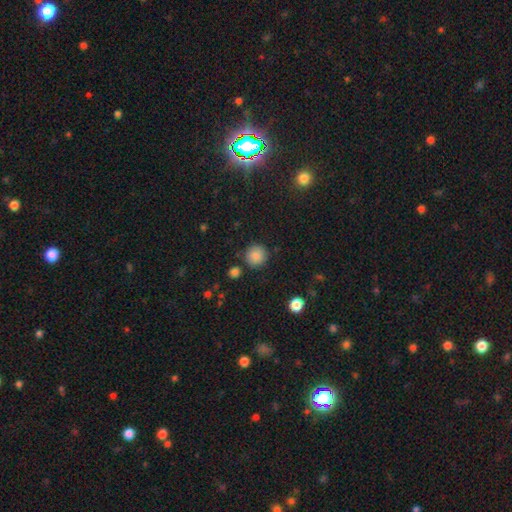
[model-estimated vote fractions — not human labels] smooth-or-featured: smooth: 86% | star or artifact: 10% | featured or disk: 4%
  how-rounded: round: 94% | in between: 6% | cigar-shaped: 1%
  merging: none: 86% | minor disturbance: 8% | merger: 4% | major disturbance: 3%